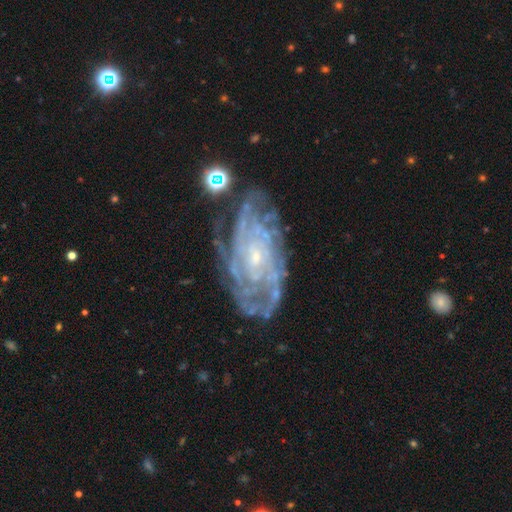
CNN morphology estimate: This is clearly a featured or disk galaxy (86%). It is clearly not viewed edge-on (95%). Bar: likely no (73%). Spiral arm pattern: clearly yes (93%). Spiral arm count: marginally can't tell (42%). Spiral winding: likely tight (72%). Central bulge: clearly small (82%). Merging: likely none (65%).